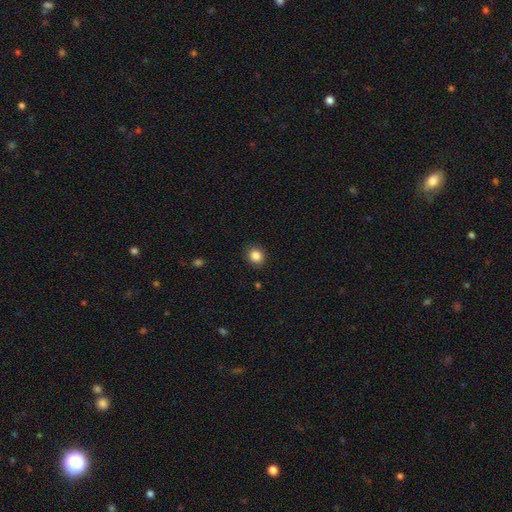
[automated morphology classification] Overall: smooth (86%). How rounded: round (80%). Merging: none (90%).